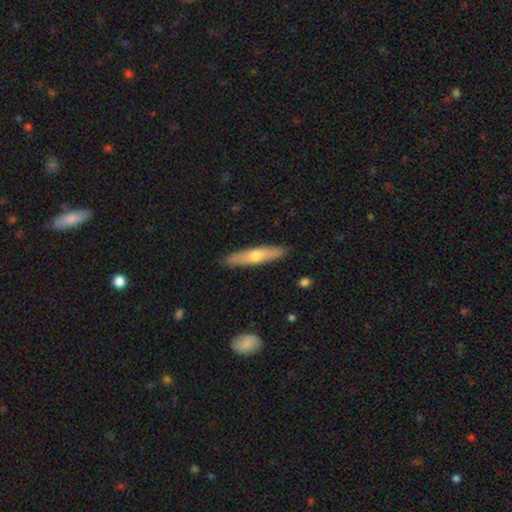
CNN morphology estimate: Smooth or featured?
  - smooth: 50% *
  - featured or disk: 44%
  - star or artifact: 6%
How rounded?
  - cigar-shaped: 86% *
  - in between: 12%
  - round: 2%
Merging?
  - none: 90% *
  - minor disturbance: 7%
  - major disturbance: 1%
  - merger: 1%